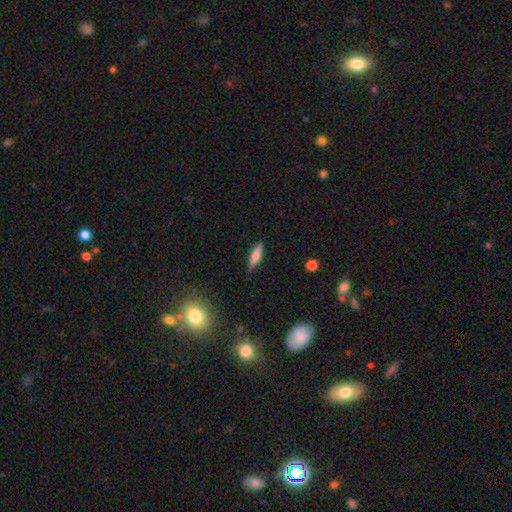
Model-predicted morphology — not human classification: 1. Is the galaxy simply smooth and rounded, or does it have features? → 72% smooth, 20% featured or disk, 7% star or artifact.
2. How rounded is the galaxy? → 60% cigar-shaped, 38% in between, 2% round.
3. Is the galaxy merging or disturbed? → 82% none, 14% minor disturbance, 3% major disturbance, 1% merger.